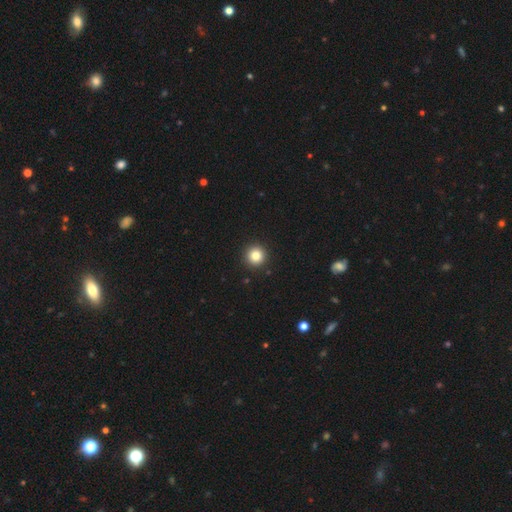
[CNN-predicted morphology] This is clearly a smooth galaxy (83%). How rounded: clearly round (96%). Merging: clearly none (93%).